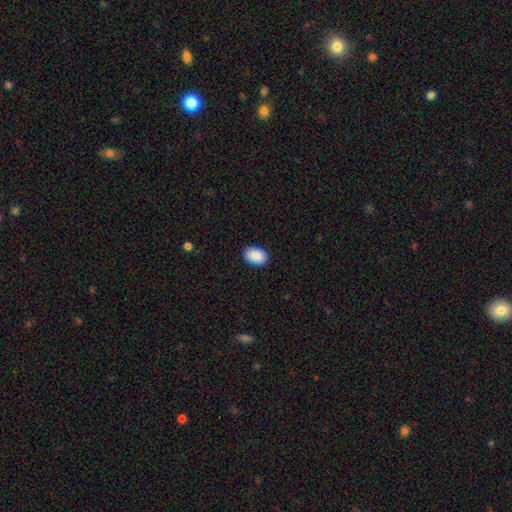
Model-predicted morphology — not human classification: The model was most divided on "how rounded": in between: 87%, round: 12%, cigar-shaped: 1%. More confident: smooth or featured — smooth (91%); merging — none (90%).